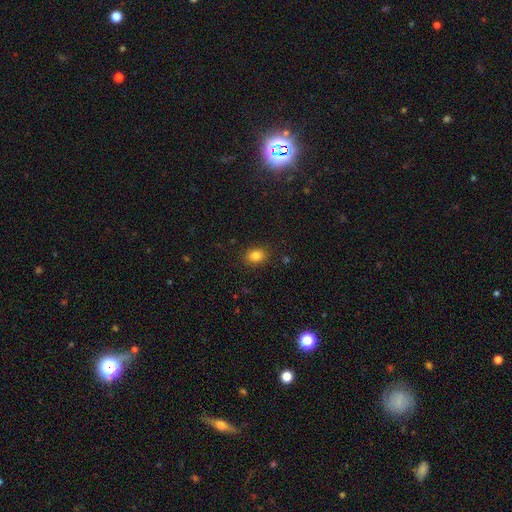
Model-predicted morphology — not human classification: A smooth galaxy with no disk features (84%) that is in between round and cigar-shaped (61%).

Vote fractions:
- Smooth or featured? smooth: 84% / star or artifact: 11% / featured or disk: 5%
- How rounded? in between: 61% / round: 38% / cigar-shaped: 1%
- Merging? none: 87% / minor disturbance: 9% / major disturbance: 3% / merger: 1%